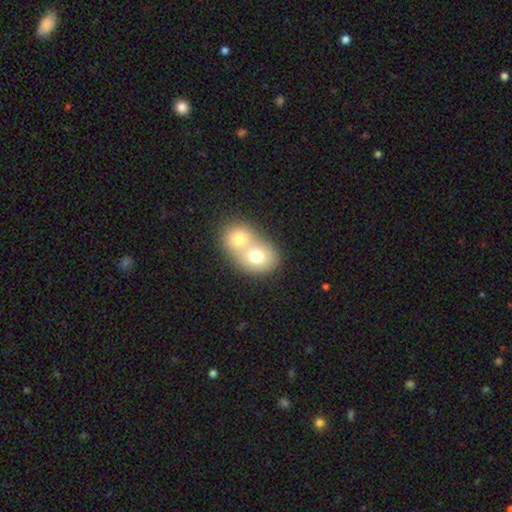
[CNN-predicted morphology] smooth_or_featured: smooth (p=0.69) [alt: featured or disk p=0.22]
how_rounded: round (p=0.57) [alt: in between p=0.42]
merging: merger (p=0.72) [alt: none p=0.20]